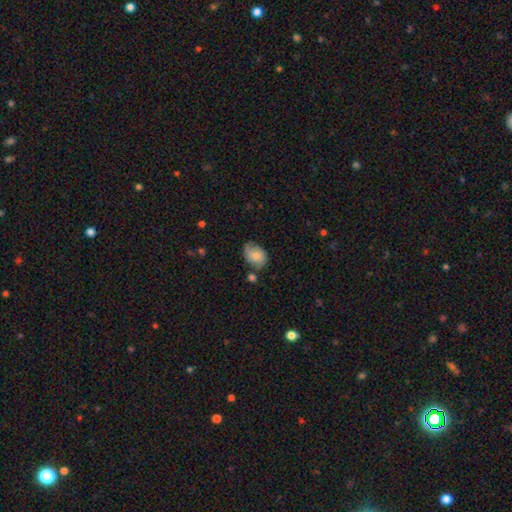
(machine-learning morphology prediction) This is likely a smooth galaxy (62%). How rounded: likely in between (76%). Merging: possibly none (59%).